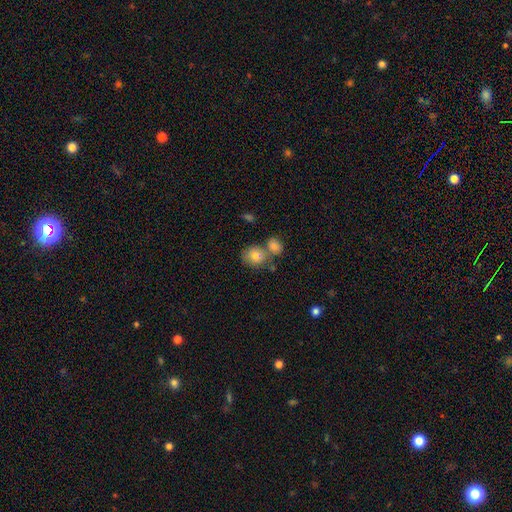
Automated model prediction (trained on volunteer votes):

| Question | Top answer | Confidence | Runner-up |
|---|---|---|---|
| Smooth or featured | smooth | 80% | featured or disk (11%) |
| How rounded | round | 64% | in between (35%) |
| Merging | none | 44% | merger (40%) |